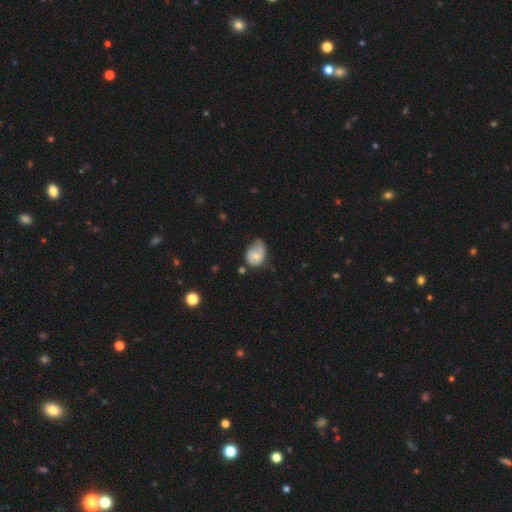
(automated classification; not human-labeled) This is possibly a smooth galaxy (52%). How rounded: likely in between (66%). Merging: marginally minor disturbance (41%).